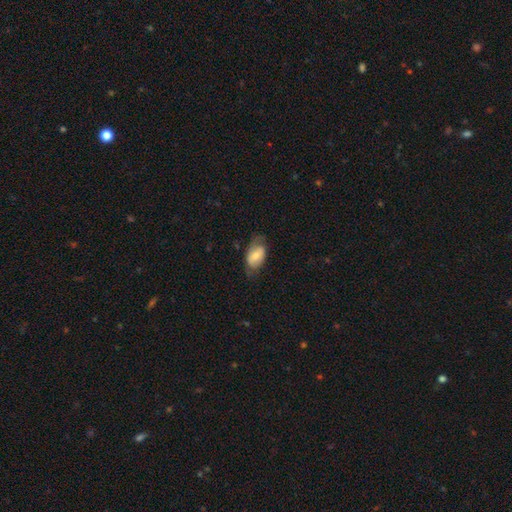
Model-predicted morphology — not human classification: type=smooth (55%); roundness=in between (91%); merging=none (61%).